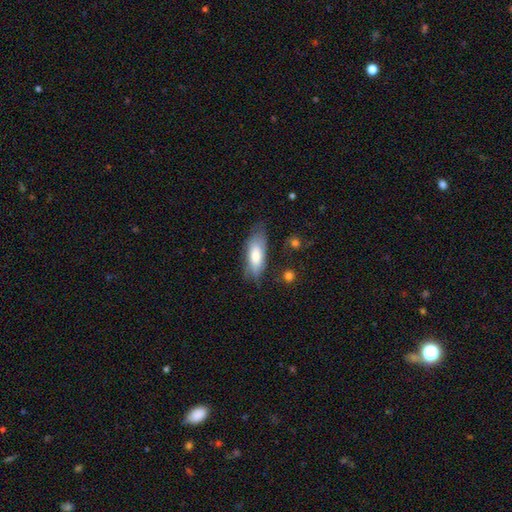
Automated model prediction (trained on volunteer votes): smooth 69%, featured or disk 24%, star or artifact 6%. Down the decision tree: how rounded — in between (71%); merging — none (60%).